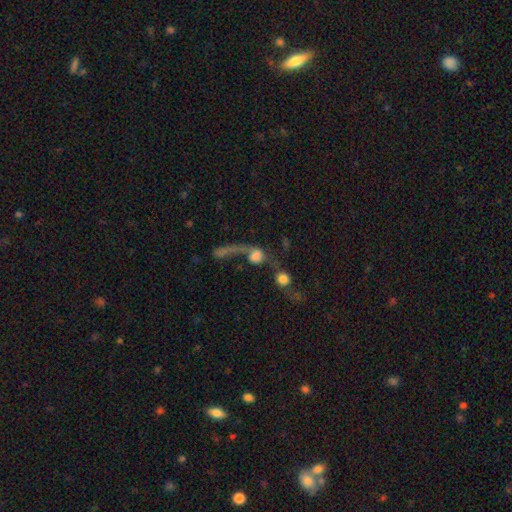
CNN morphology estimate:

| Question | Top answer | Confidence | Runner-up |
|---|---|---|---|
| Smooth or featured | smooth | 52% | featured or disk (33%) |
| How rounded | round | 56% | in between (35%) |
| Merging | merger | 54% | major disturbance (25%) |